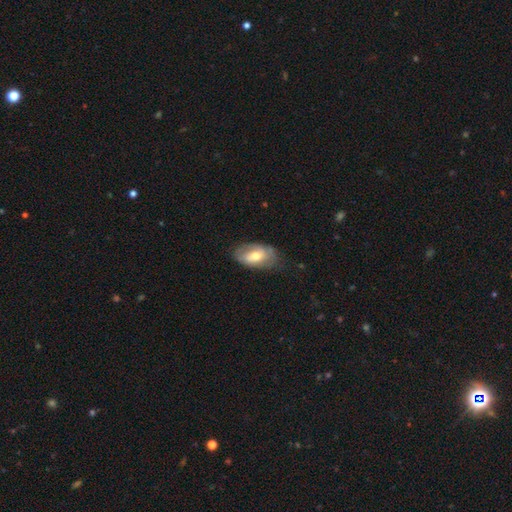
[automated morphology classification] Smooth or featured? smooth (52%)
How rounded? in between (91%)
Merging? none (66%)